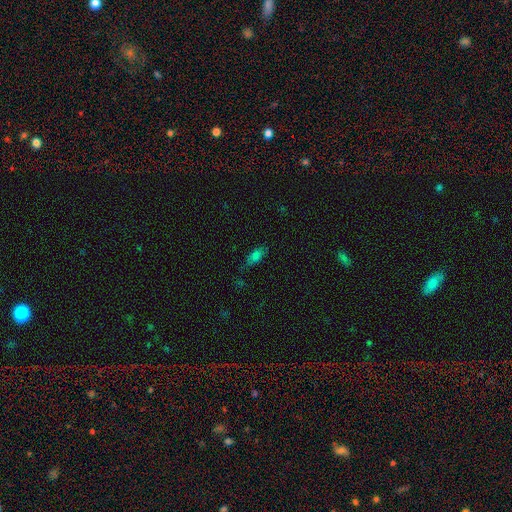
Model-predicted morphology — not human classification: smooth-or-featured: smooth: 72% | star or artifact: 15% | featured or disk: 13%
  how-rounded: in between: 76% | cigar-shaped: 21% | round: 4%
  merging: none: 67% | minor disturbance: 23% | major disturbance: 6% | merger: 3%